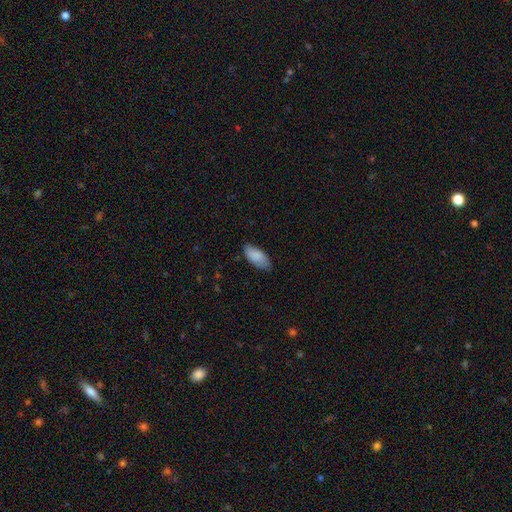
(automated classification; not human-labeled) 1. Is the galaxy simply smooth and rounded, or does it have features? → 86% smooth, 8% featured or disk, 6% star or artifact.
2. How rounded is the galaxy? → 90% in between, 8% cigar-shaped, 2% round.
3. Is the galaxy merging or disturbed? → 76% none, 20% minor disturbance, 3% major disturbance, 1% merger.